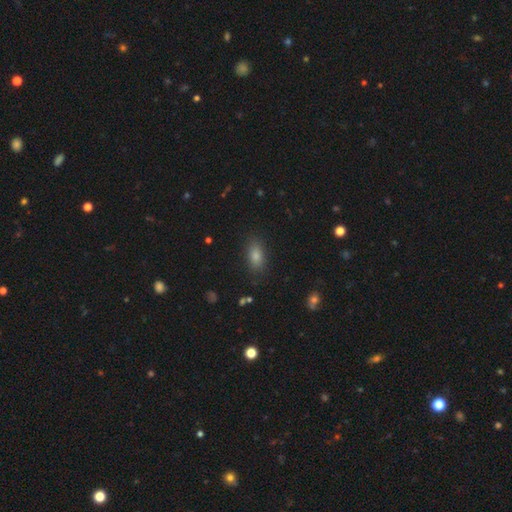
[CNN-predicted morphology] smooth 76%, star or artifact 16%, featured or disk 8%. Down the decision tree: how rounded — in between (84%); merging — none (86%).